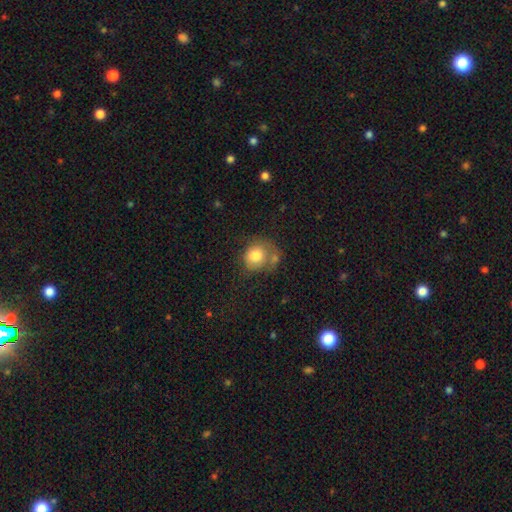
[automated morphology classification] smooth-or-featured: smooth: 76% | featured or disk: 16% | star or artifact: 8%
  how-rounded: round: 77% | in between: 22% | cigar-shaped: 1%
  merging: none: 41% | merger: 25% | minor disturbance: 21% | major disturbance: 14%